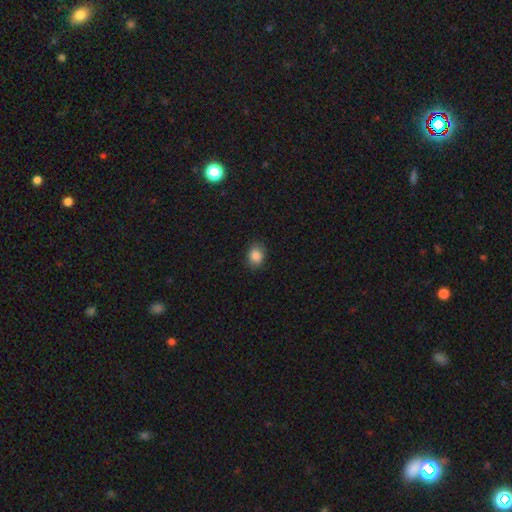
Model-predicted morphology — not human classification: type=smooth (86%); roundness=in between (60%); merging=none (85%).